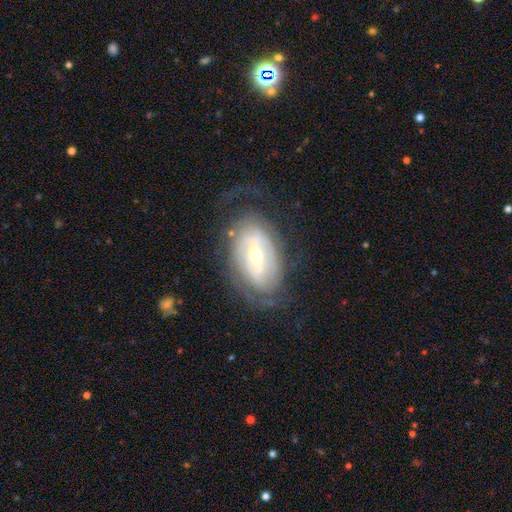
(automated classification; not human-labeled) This is likely a featured or disk galaxy (79%). It is clearly not viewed edge-on (93%). Bar: marginally weak (39%). Spiral arm pattern: likely yes (76%). Spiral arm count: marginally can't tell (41%). Spiral winding: possibly tight (56%). Central bulge: possibly moderate (55%). Merging: likely none (61%).